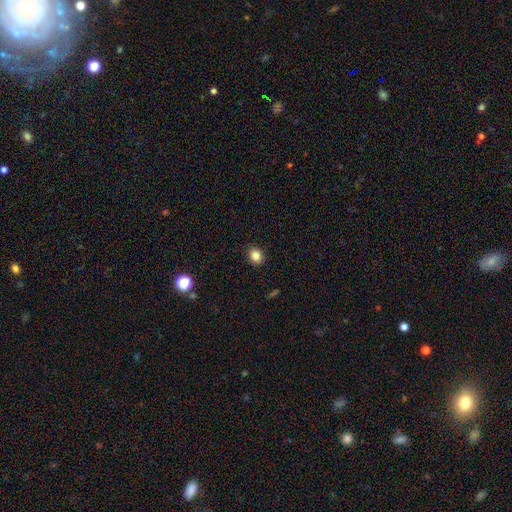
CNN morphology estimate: Smooth or featured?
  - smooth: 84% *
  - star or artifact: 11%
  - featured or disk: 5%
How rounded?
  - round: 71% *
  - in between: 28%
  - cigar-shaped: 1%
Merging?
  - none: 90% *
  - minor disturbance: 7%
  - major disturbance: 2%
  - merger: 1%